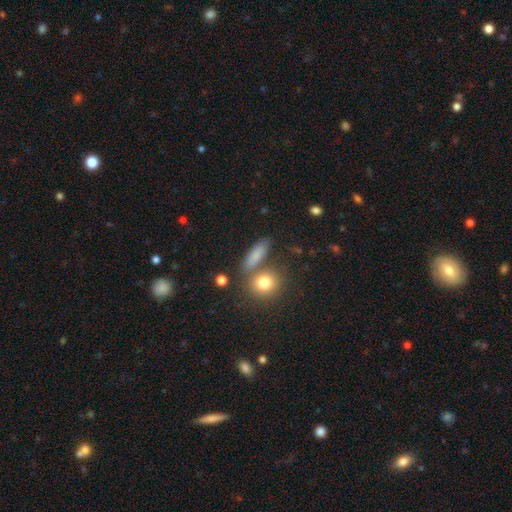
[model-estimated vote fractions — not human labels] Smooth or featured? Predicted: smooth (p=0.79). How rounded? Predicted: in between (p=0.48). Merging? Predicted: none (p=0.66).